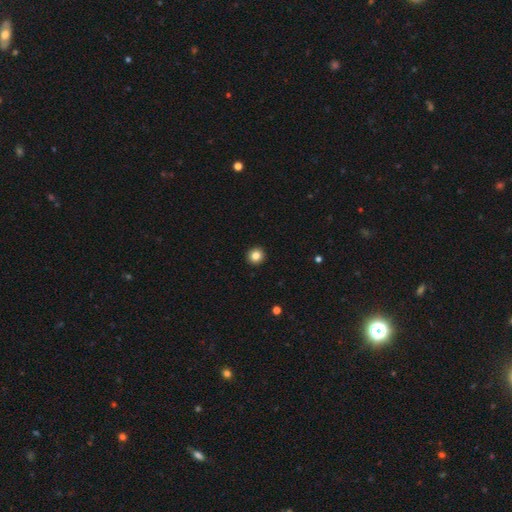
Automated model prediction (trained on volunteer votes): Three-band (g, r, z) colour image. It shows a smooth galaxy with no disk features (84%) that is round (94%). Merging: none (94%).